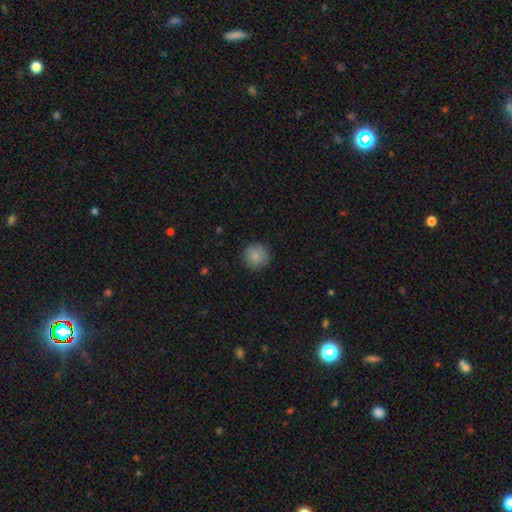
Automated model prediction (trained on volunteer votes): Smooth or featured? Predicted: smooth (p=0.86). How rounded? Predicted: round (p=0.94). Merging? Predicted: none (p=0.86).